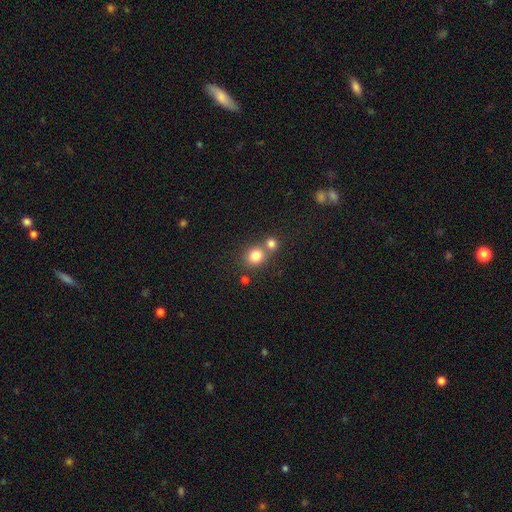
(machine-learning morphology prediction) Smooth or featured? smooth (80%)
How rounded? round (81%)
Merging? none (54%)